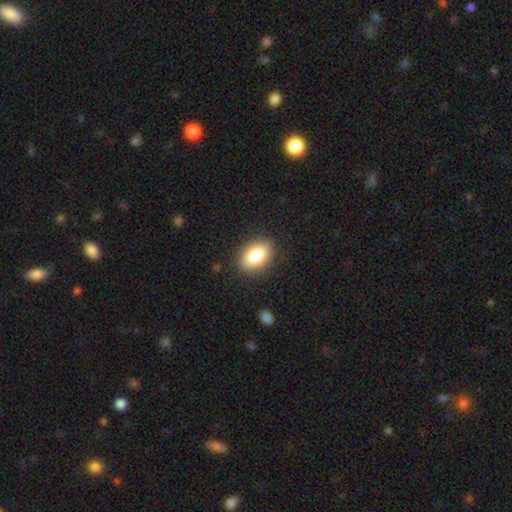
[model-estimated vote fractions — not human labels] The model was most divided on "how rounded": in between: 88%, round: 10%, cigar-shaped: 2%. More confident: merging — none (87%); smooth or featured — smooth (86%).